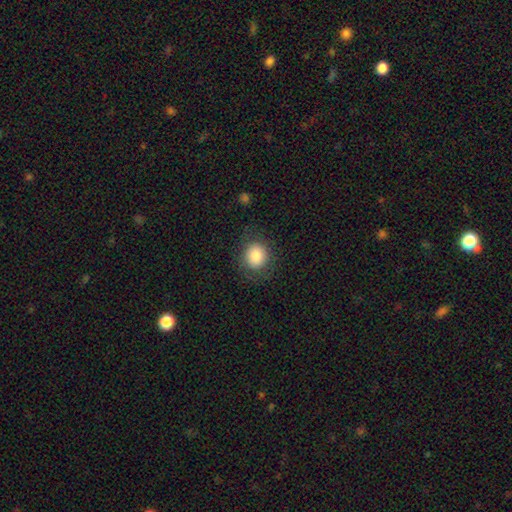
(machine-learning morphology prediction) Smooth or featured?
  - smooth: 84% *
  - featured or disk: 8%
  - star or artifact: 8%
How rounded?
  - round: 76% *
  - in between: 23%
  - cigar-shaped: 1%
Merging?
  - none: 79% *
  - minor disturbance: 14%
  - major disturbance: 7%
  - merger: 1%